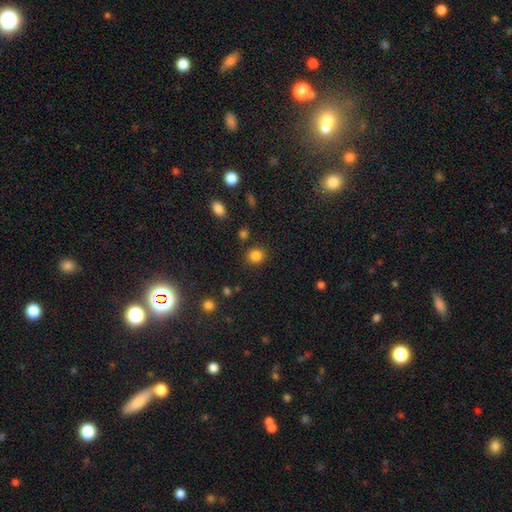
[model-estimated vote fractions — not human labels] A smooth galaxy with no disk features (84%) that is round (81%). Merging: none (86%).